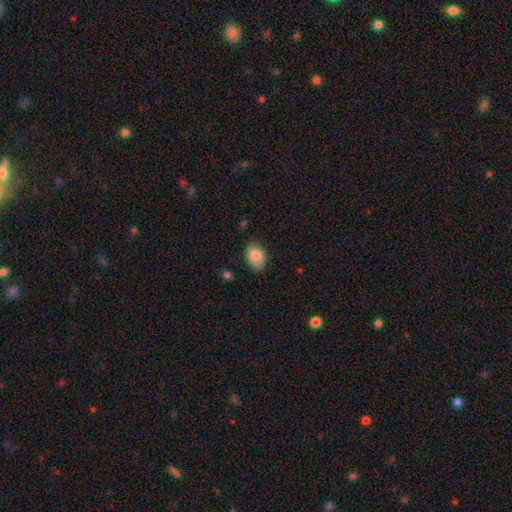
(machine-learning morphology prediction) The model was most divided on "how rounded": in between: 76%, round: 23%, cigar-shaped: 1%. More confident: smooth or featured — smooth (85%); merging — none (82%).